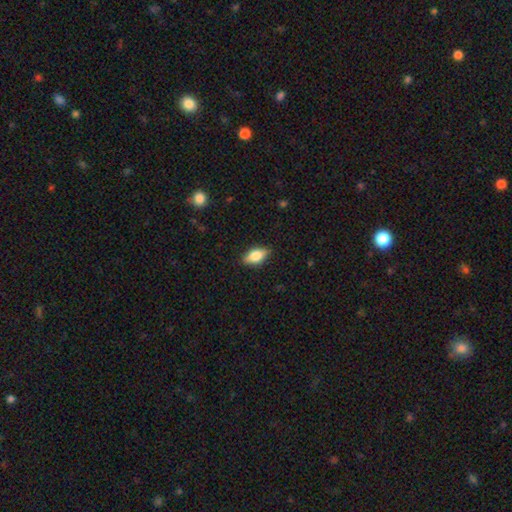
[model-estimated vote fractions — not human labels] smooth-or-featured: smooth: 73% | featured or disk: 19% | star or artifact: 8%
  how-rounded: in between: 86% | cigar-shaped: 9% | round: 5%
  merging: none: 86% | minor disturbance: 10% | major disturbance: 2% | merger: 1%